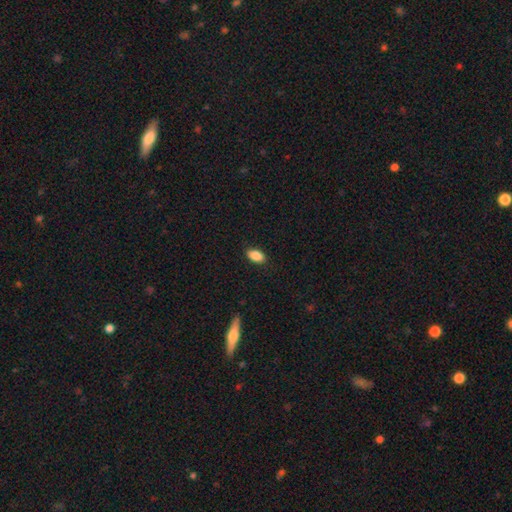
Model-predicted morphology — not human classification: The model was most divided on "merging": none: 86%, minor disturbance: 10%, major disturbance: 2%, merger: 1%. More confident: how rounded — in between (91%); smooth or featured — smooth (88%).